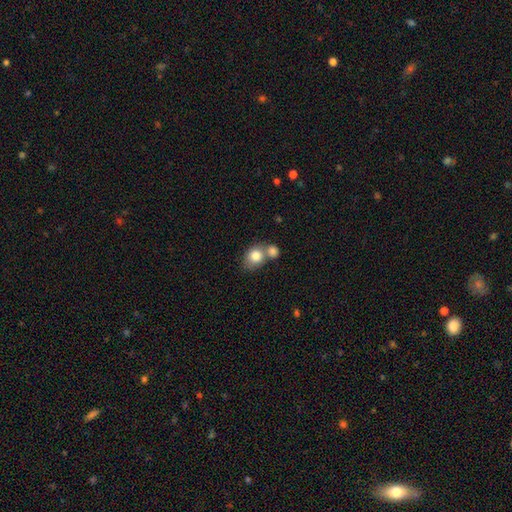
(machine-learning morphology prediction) A smooth galaxy with no disk features (81%) that is round (57%). Merging: merger (49%).